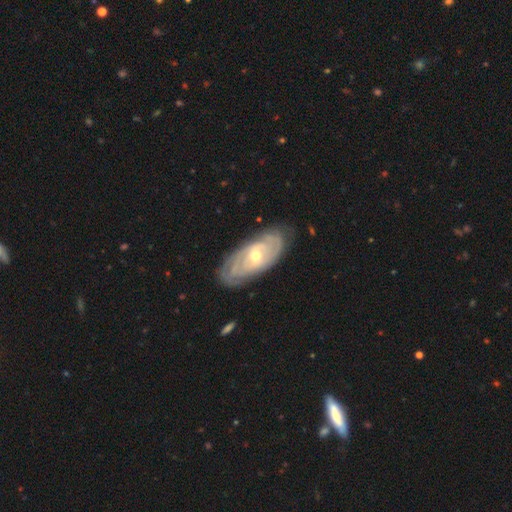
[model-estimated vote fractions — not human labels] The model was most divided on "bar": no: 51%, weak: 37%, strong: 12%. Remaining: edge-on disk — no (91%); spiral arms — yes (90%); smooth or featured — featured or disk (83%); merging — none (78%); spiral winding — tight (77%); bulge size — moderate (56%); spiral arm count — can't tell (49%).